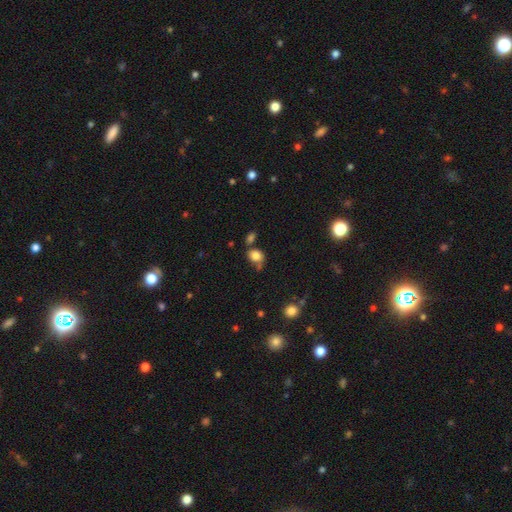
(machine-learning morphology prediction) Smooth or featured: smooth — 81% (star or artifact — 12%)
How rounded: round — 51% (in between — 48%)
Merging: none — 57% (minor disturbance — 20%)